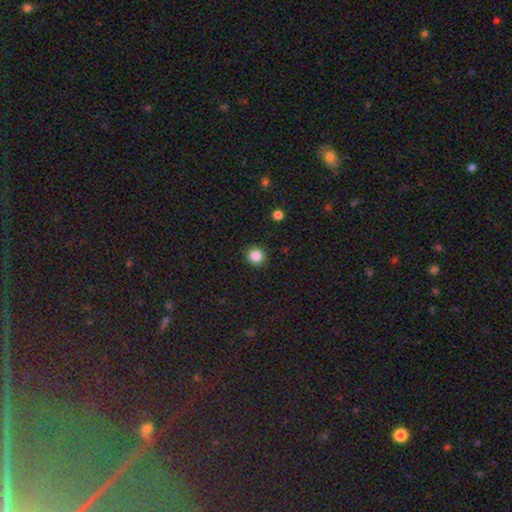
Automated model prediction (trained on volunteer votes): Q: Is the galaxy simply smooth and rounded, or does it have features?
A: smooth — 85%.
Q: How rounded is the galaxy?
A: round — 92%.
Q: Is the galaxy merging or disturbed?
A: none — 92%.